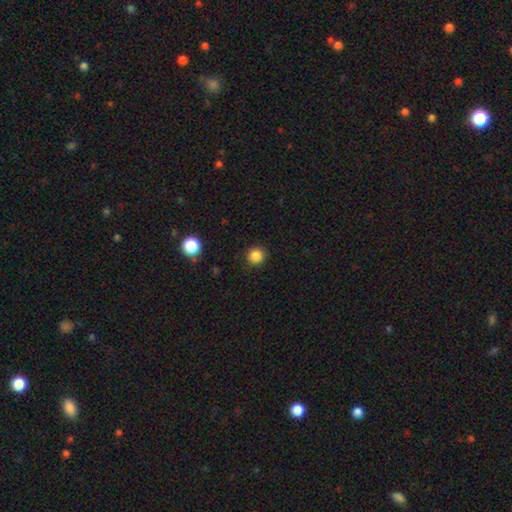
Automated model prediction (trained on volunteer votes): Q: Smooth or featured?
A: smooth (85%); runner-up: star or artifact (12%)
Q: How rounded?
A: round (95%); runner-up: in between (4%)
Q: Merging?
A: none (91%); runner-up: minor disturbance (6%)